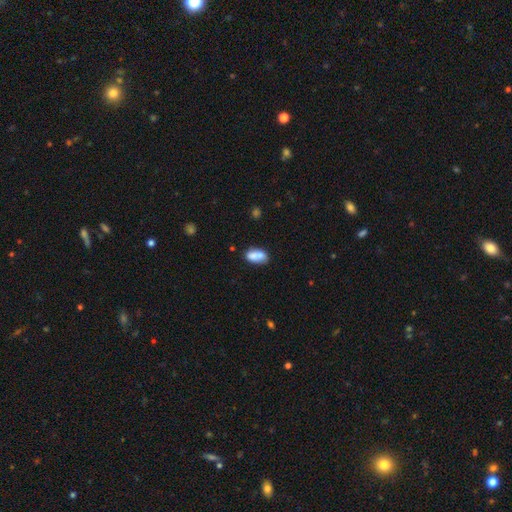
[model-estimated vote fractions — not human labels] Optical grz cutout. It shows a smooth galaxy with no disk features (79%) that is in between round and cigar-shaped (87%). Merging: none (55%).